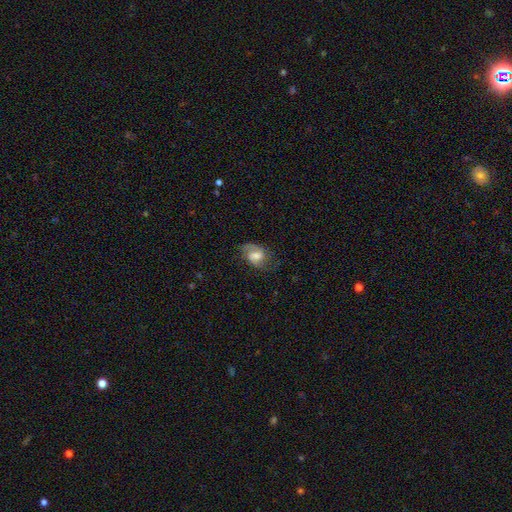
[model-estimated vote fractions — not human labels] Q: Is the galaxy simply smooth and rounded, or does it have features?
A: featured or disk — 65%.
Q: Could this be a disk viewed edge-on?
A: no — 97%.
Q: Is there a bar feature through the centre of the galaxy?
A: weak — 51%.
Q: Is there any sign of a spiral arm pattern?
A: yes — 91%.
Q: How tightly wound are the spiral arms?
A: medium — 48%.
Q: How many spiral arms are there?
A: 2 — 76%.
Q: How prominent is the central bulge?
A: moderate — 48%.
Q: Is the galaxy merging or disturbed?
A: none — 65%.